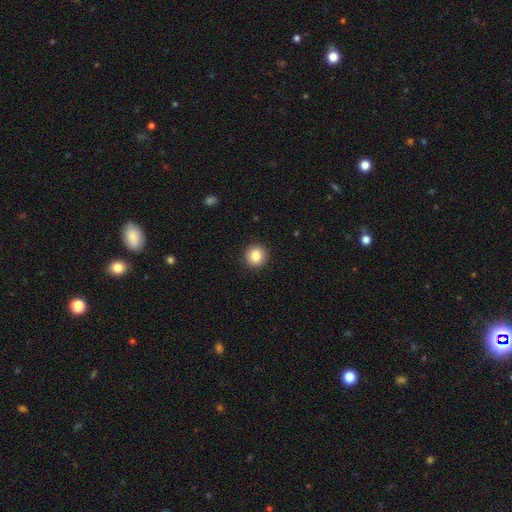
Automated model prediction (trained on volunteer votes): smooth_or_featured: smooth (p=0.84) [alt: star or artifact p=0.10]
how_rounded: round (p=0.91) [alt: in between p=0.08]
merging: none (p=0.92) [alt: minor disturbance p=0.05]